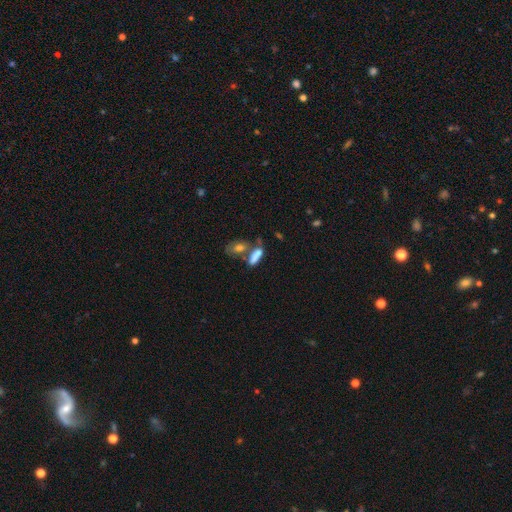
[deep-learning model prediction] Smooth or featured? Predicted: smooth (p=0.76). How rounded? Predicted: in between (p=0.67). Merging? Predicted: merger (p=0.42).